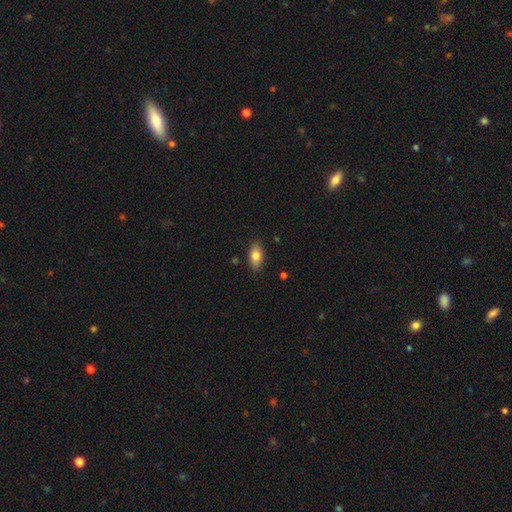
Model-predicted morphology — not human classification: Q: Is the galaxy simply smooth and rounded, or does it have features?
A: smooth — 79%.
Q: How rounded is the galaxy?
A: in between — 87%.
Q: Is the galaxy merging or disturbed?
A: none — 86%.